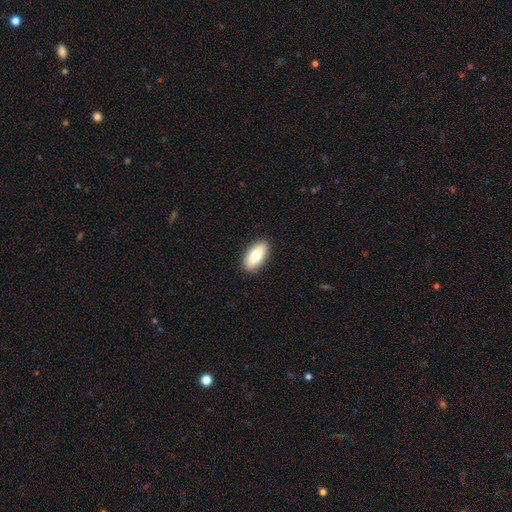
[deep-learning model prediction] Morphology: type=smooth (73%); roundness=in between (90%); merging=none (90%).